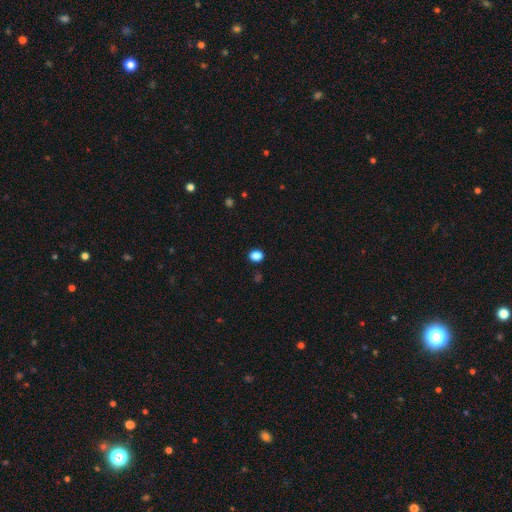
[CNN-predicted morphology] Smooth or featured? smooth (86%)
How rounded? in between (51%)
Merging? none (89%)